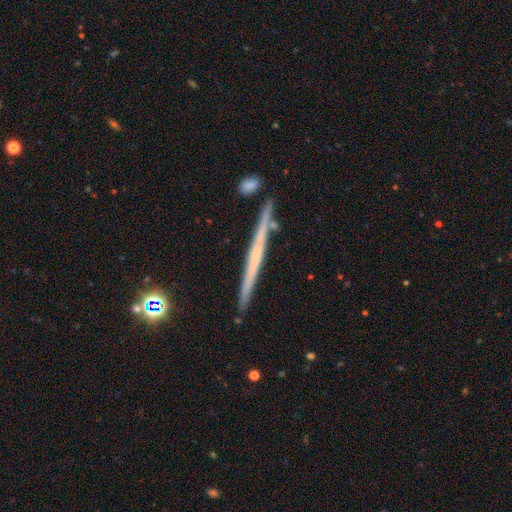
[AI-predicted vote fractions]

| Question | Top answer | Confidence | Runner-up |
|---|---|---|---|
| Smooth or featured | featured or disk | 64% | smooth (29%) |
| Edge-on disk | yes | 97% | no (3%) |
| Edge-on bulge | none | 81% | rounded (14%) |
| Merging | none | 87% | minor disturbance (8%) |